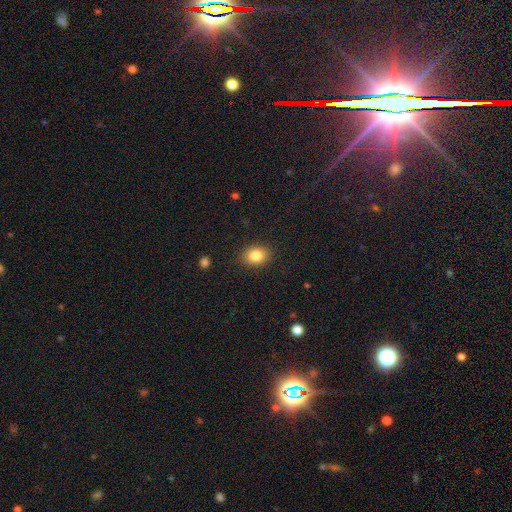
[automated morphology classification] A smooth galaxy with no disk features (83%) that is in between round and cigar-shaped (56%).

Vote fractions:
- Smooth or featured? smooth: 83% / star or artifact: 9% / featured or disk: 7%
- How rounded? in between: 56% / round: 43% / cigar-shaped: 1%
- Merging? none: 88% / minor disturbance: 8% / major disturbance: 3% / merger: 1%